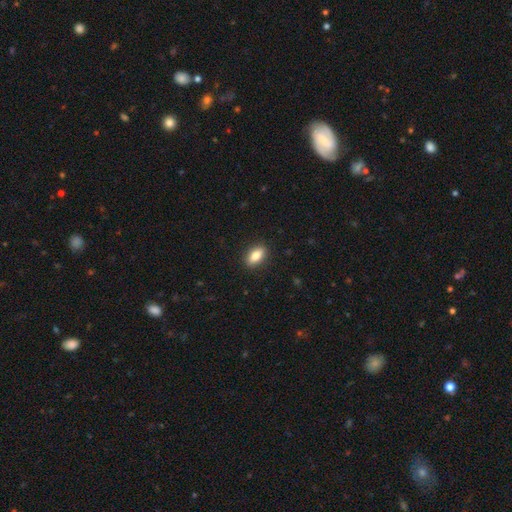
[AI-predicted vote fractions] smooth 83%, featured or disk 10%, star or artifact 7%. Down the decision tree: how rounded — in between (87%); merging — none (89%).